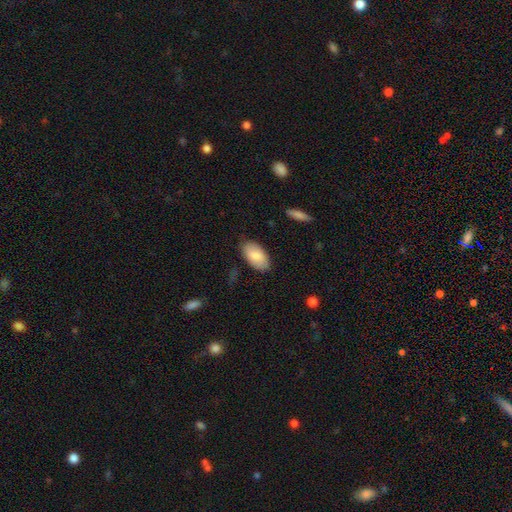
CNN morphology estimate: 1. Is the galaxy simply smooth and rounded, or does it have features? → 83% smooth, 11% featured or disk, 6% star or artifact.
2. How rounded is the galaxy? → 95% in between, 3% round, 2% cigar-shaped.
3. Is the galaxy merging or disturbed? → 82% none, 14% minor disturbance, 3% major disturbance, 1% merger.